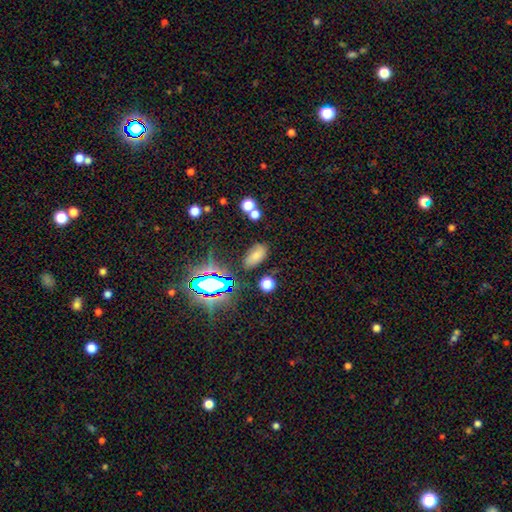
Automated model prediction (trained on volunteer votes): Smooth or featured?
  - smooth: 68% *
  - star or artifact: 22%
  - featured or disk: 10%
How rounded?
  - in between: 91% *
  - round: 5%
  - cigar-shaped: 4%
Merging?
  - none: 76% *
  - minor disturbance: 15%
  - major disturbance: 5%
  - merger: 4%